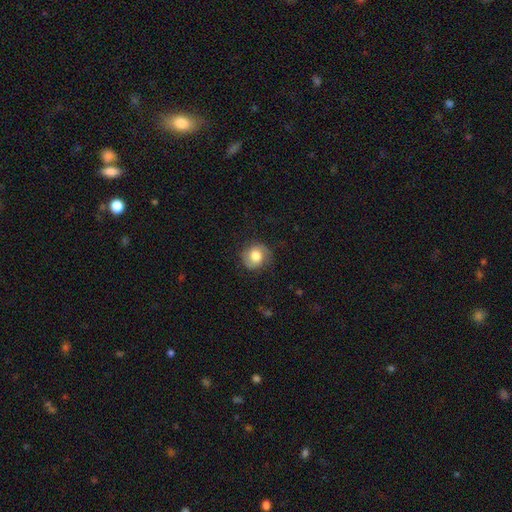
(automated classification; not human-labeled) Smooth or featured? Predicted: smooth (p=0.64). How rounded? Predicted: round (p=0.81). Merging? Predicted: none (p=0.76).